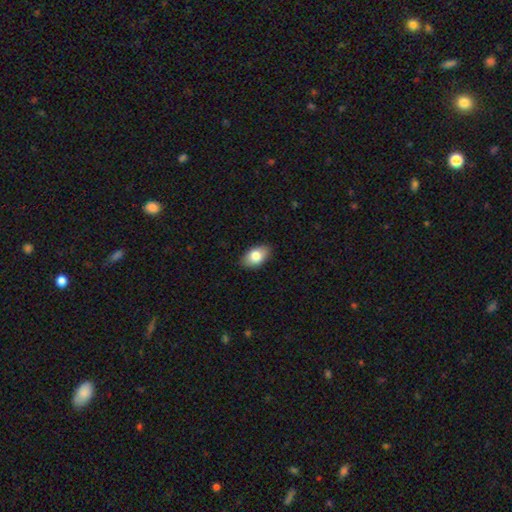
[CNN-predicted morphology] smooth_or_featured: smooth (p=0.81) [alt: featured or disk p=0.12]
how_rounded: in between (p=0.91) [alt: round p=0.07]
merging: none (p=0.88) [alt: minor disturbance p=0.10]